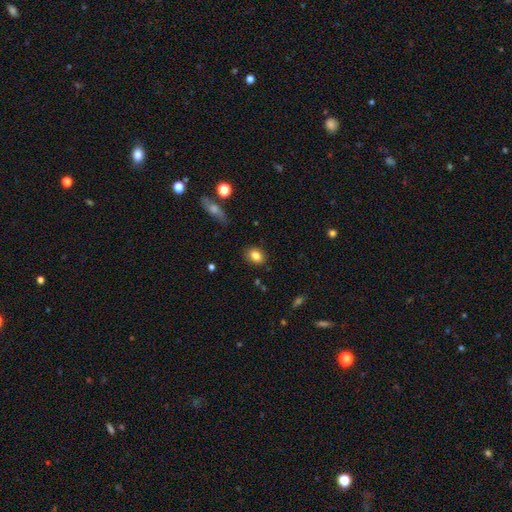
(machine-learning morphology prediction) Q: Smooth or featured?
A: smooth (83%); runner-up: star or artifact (9%)
Q: How rounded?
A: in between (62%); runner-up: round (36%)
Q: Merging?
A: none (86%); runner-up: minor disturbance (10%)